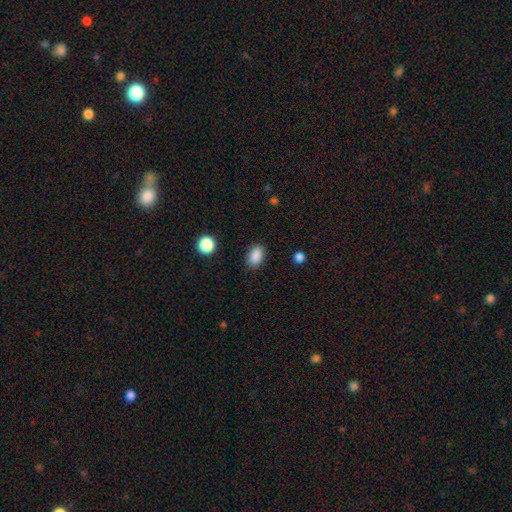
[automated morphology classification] Smooth or featured?
  - smooth: 88% *
  - star or artifact: 9%
  - featured or disk: 3%
How rounded?
  - in between: 86% *
  - round: 12%
  - cigar-shaped: 2%
Merging?
  - none: 86% *
  - minor disturbance: 10%
  - major disturbance: 3%
  - merger: 1%